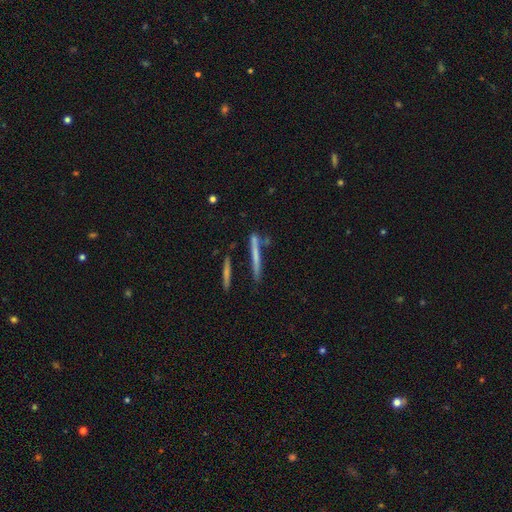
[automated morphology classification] A smooth galaxy with no disk features (51%) that is cigar-shaped (95%).

Vote fractions:
- Smooth or featured? smooth: 51% / featured or disk: 41% / star or artifact: 8%
- How rounded? cigar-shaped: 95% / in between: 3% / round: 2%
- Merging? none: 75% / minor disturbance: 13% / merger: 9% / major disturbance: 4%